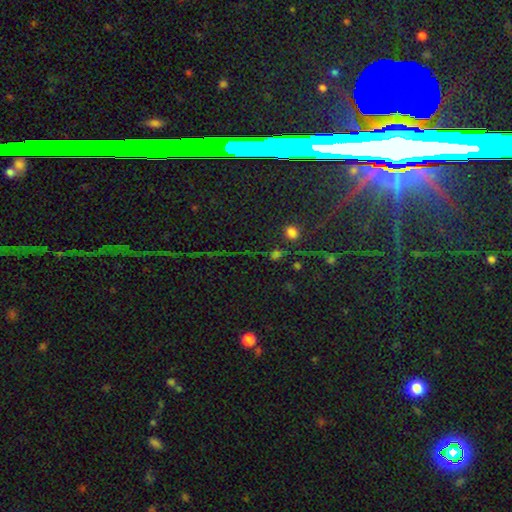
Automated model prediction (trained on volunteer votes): This is likely a star or artifact rather than a galaxy (79%).